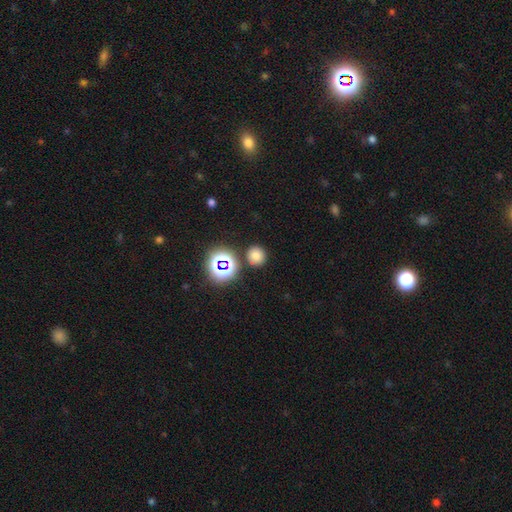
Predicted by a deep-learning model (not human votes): The model was most divided on "smooth or featured": smooth: 71%, star or artifact: 21%, featured or disk: 7%. More confident: how rounded — round (88%); merging — none (84%).